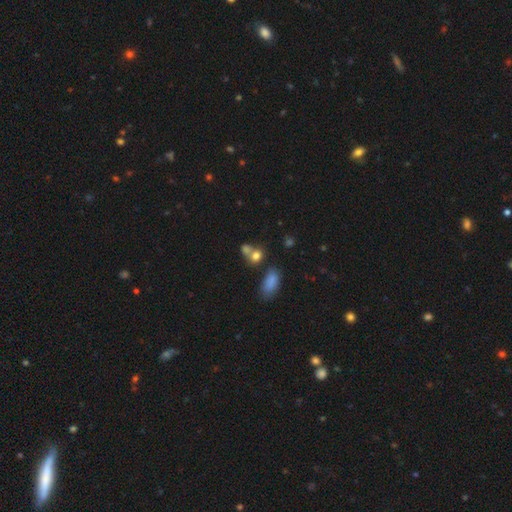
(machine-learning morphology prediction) smooth 75%, star or artifact 13%, featured or disk 11%. Down the decision tree: how rounded — round (59%); merging — merger (46%).